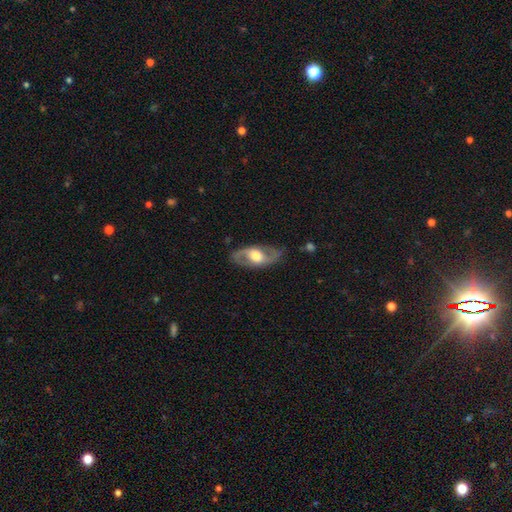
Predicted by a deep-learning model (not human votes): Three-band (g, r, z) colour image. It shows a featured or disk galaxy (77%) with no bar (51%), 2 (90%) medium (47%) spiral arms (82%) and a moderate central bulge (55%). Merging: none (80%).